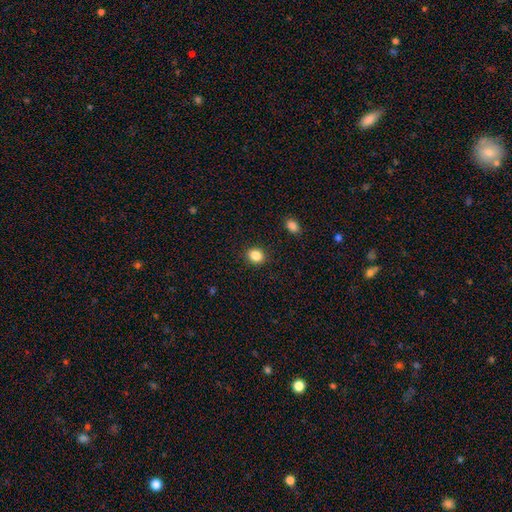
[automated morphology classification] The model was most divided on "how rounded": round: 62%, in between: 37%, cigar-shaped: 1%. More confident: merging — none (90%); smooth or featured — smooth (86%).